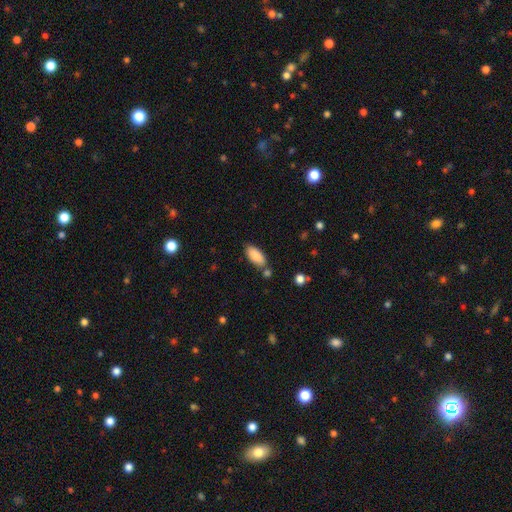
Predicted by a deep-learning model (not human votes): The model was most divided on "merging": none: 73%, minor disturbance: 14%, merger: 10%, major disturbance: 3%. More confident: how rounded — in between (87%); smooth or featured — smooth (86%).